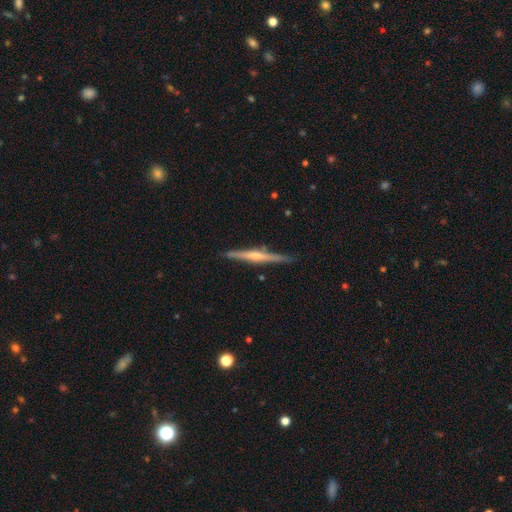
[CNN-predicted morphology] smooth_or_featured: featured or disk (p=0.68) [alt: smooth p=0.27]
disk_edge_on: yes (p=0.98) [alt: no p=0.02]
edge_on_bulge: rounded (p=0.62) [alt: none p=0.25]
merging: none (p=0.86) [alt: minor disturbance p=0.10]